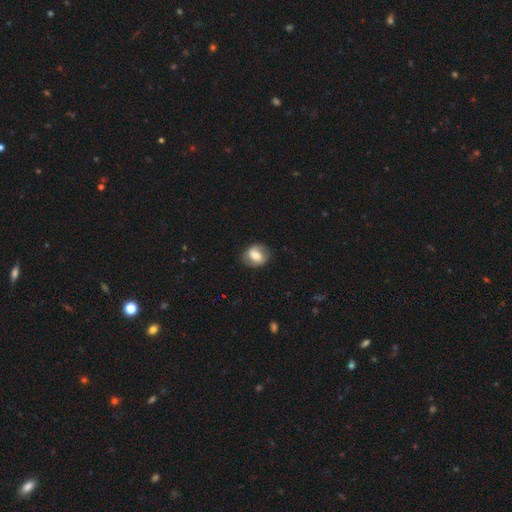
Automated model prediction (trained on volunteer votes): smooth_or_featured: smooth (p=0.56) [alt: featured or disk p=0.36]
how_rounded: round (p=0.64) [alt: in between p=0.35]
merging: none (p=0.81) [alt: minor disturbance p=0.14]